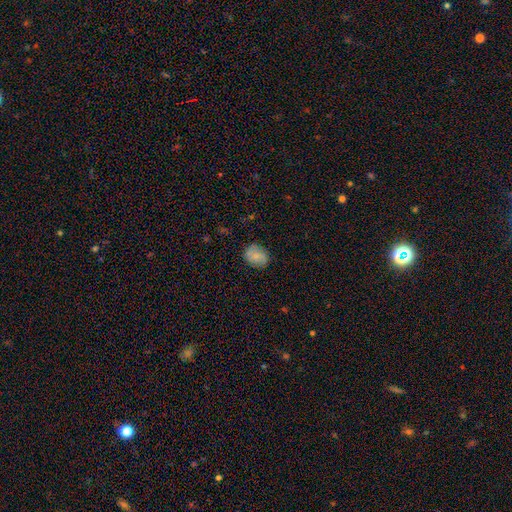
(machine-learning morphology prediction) Smooth or featured? Predicted: smooth (p=0.73). How rounded? Predicted: round (p=0.53). Merging? Predicted: none (p=0.78).